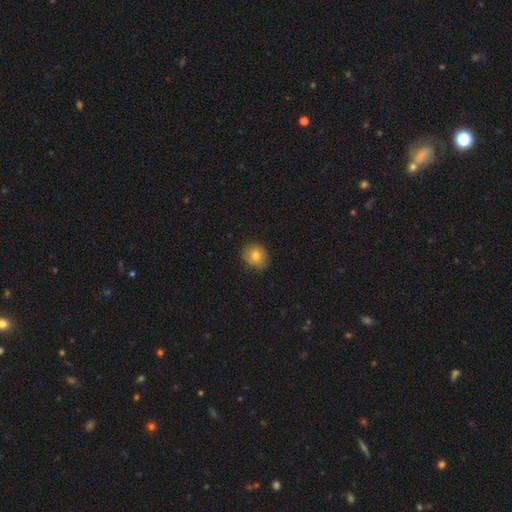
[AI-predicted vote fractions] Morphology: type=smooth (74%); roundness=round (69%); merging=none (78%).